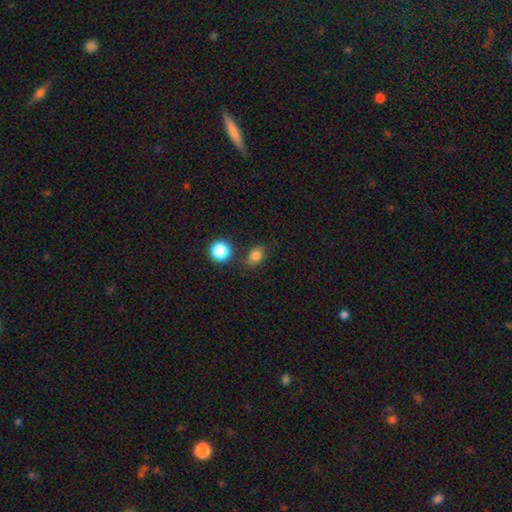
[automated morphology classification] Smooth or featured? smooth (81%)
How rounded? in between (58%)
Merging? none (72%)